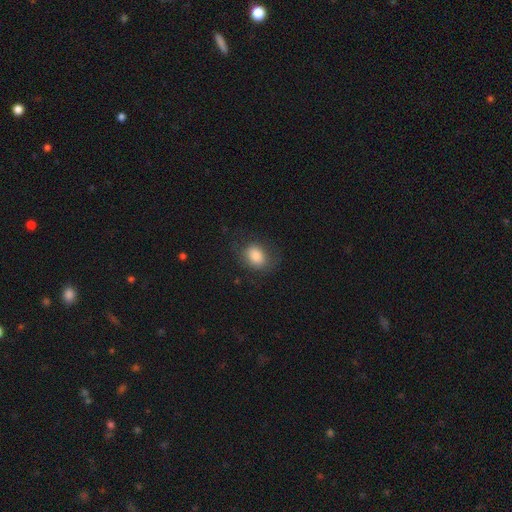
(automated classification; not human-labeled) Smooth or featured: smooth — 80% (featured or disk — 11%)
How rounded: in between — 58% (round — 41%)
Merging: none — 70% (minor disturbance — 19%)